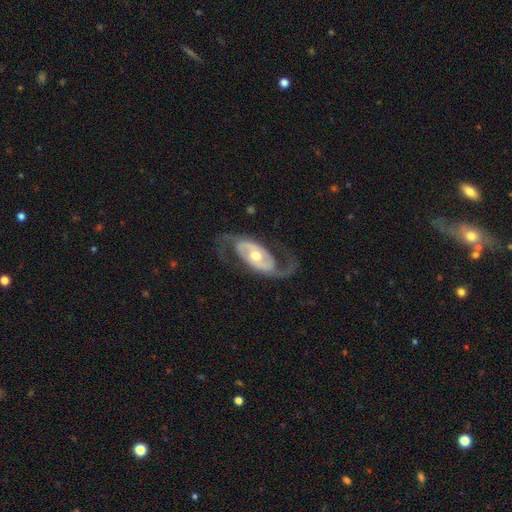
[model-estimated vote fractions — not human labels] Smooth or featured: featured or disk — 89% (smooth — 7%)
Edge-on disk: no — 95% (yes — 5%)
Bar: no — 53% (weak — 29%)
Spiral arms: yes — 94% (no — 6%)
Spiral winding: medium — 46% (loose — 37%)
Spiral arm count: 2 — 92% (can't tell — 3%)
Bulge size: moderate — 71% (small — 21%)
Merging: none — 75% (major disturbance — 12%)